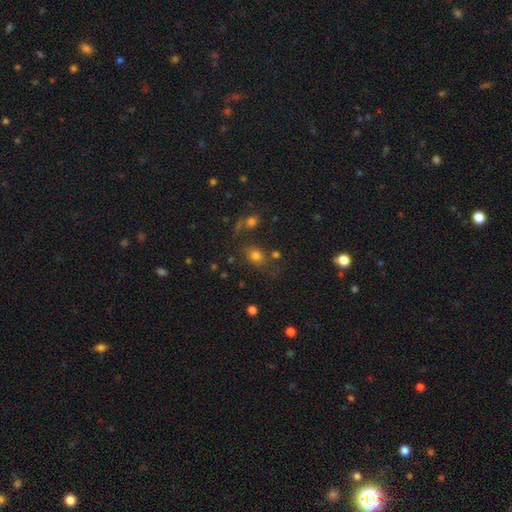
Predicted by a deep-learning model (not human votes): Smooth or featured? smooth (73%)
How rounded? in between (53%)
Merging? none (64%)